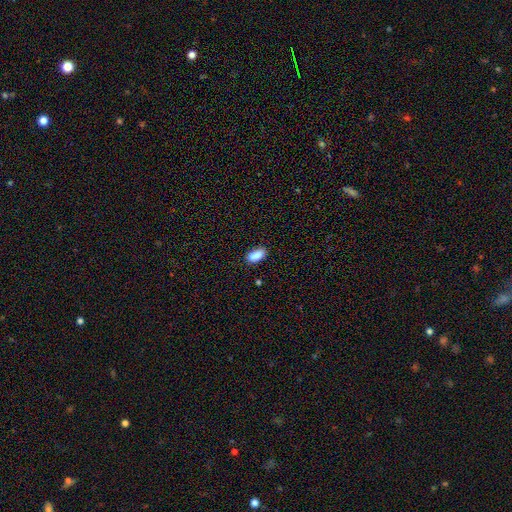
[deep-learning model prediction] Smooth or featured: smooth — 88% (star or artifact — 8%)
How rounded: in between — 87% (cigar-shaped — 10%)
Merging: none — 79% (minor disturbance — 15%)